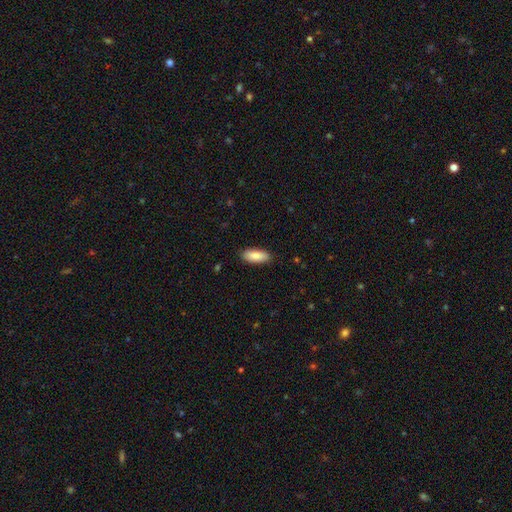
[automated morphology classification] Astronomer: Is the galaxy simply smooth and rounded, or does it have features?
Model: smooth — 84%.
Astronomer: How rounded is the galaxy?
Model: in between — 78%.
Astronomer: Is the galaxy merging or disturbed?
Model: none — 88%.